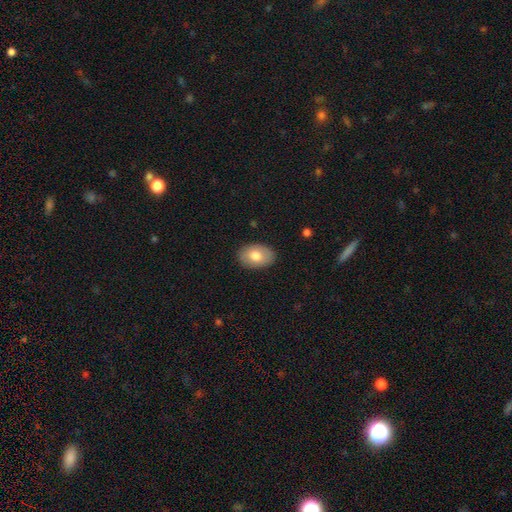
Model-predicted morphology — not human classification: Q: Smooth or featured?
A: smooth (76%); runner-up: featured or disk (18%)
Q: How rounded?
A: in between (84%); runner-up: round (15%)
Q: Merging?
A: none (87%); runner-up: minor disturbance (10%)